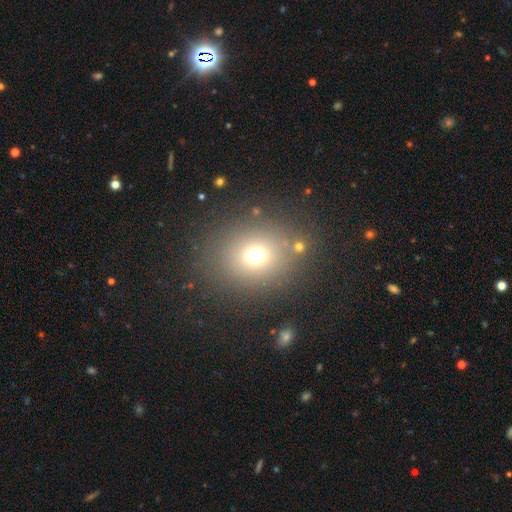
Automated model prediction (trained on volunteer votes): smooth_or_featured: smooth (p=0.69) [alt: star or artifact p=0.22]
how_rounded: round (p=0.76) [alt: in between p=0.23]
merging: none (p=0.80) [alt: minor disturbance p=0.09]